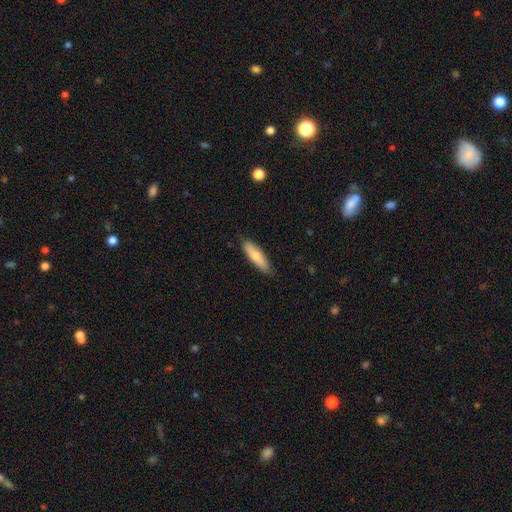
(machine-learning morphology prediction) Q: Smooth or featured?
A: smooth (72%); runner-up: featured or disk (22%)
Q: How rounded?
A: cigar-shaped (65%); runner-up: in between (33%)
Q: Merging?
A: none (84%); runner-up: minor disturbance (13%)